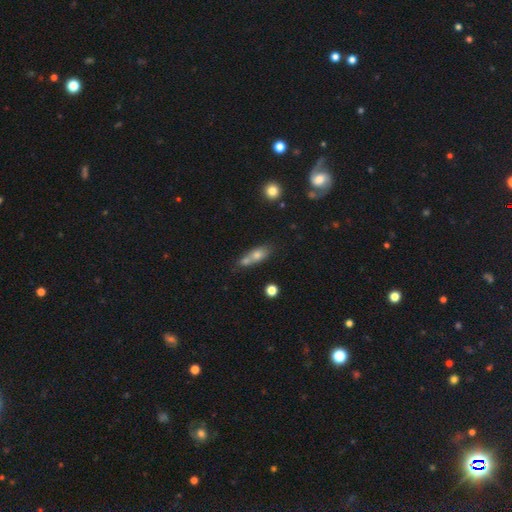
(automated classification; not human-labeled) smooth_or_featured: smooth (p=0.68) [alt: featured or disk p=0.21]
how_rounded: in between (p=0.63) [alt: cigar-shaped p=0.25]
merging: merger (p=0.47) [alt: none p=0.35]